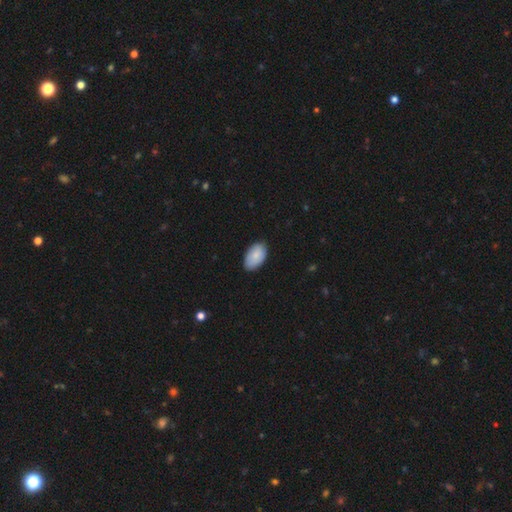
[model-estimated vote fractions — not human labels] This appears to be a smooth galaxy with no disk features (85%) that is in between round and cigar-shaped (94%). Merging: none (80%).